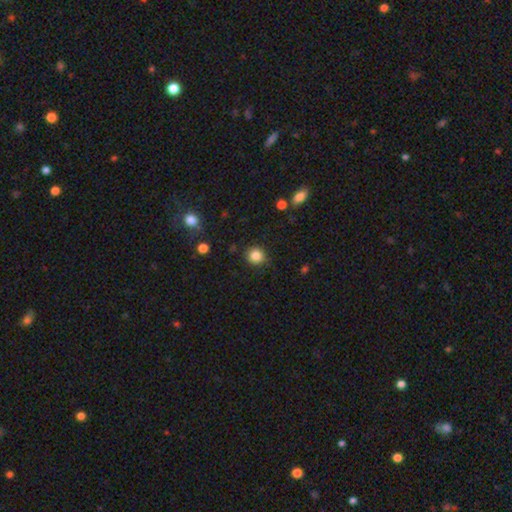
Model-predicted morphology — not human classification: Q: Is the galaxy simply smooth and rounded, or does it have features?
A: smooth — 85%.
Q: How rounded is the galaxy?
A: round — 91%.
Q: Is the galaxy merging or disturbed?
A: none — 86%.